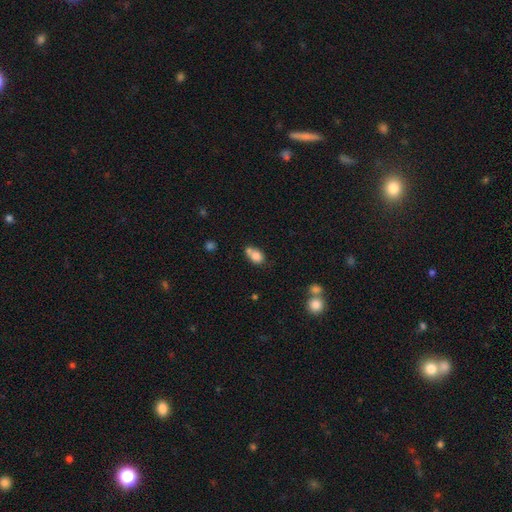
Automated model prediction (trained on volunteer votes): Overall: smooth (79%). How rounded: in between (62%; round 36%). Merging: merger (41%; none 36%).